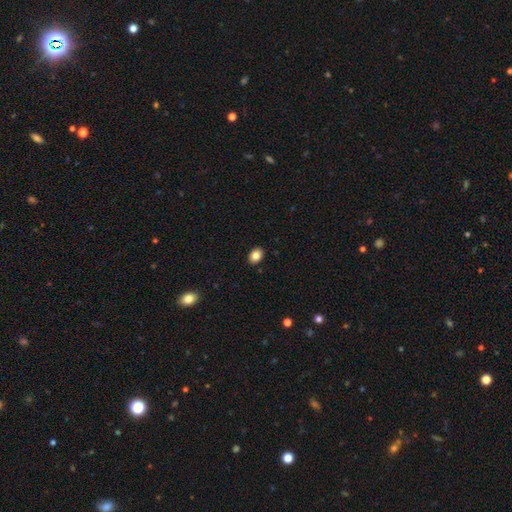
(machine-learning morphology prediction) Smooth or featured?
  - smooth: 85% *
  - star or artifact: 9%
  - featured or disk: 6%
How rounded?
  - in between: 70% *
  - round: 29%
  - cigar-shaped: 1%
Merging?
  - none: 90% *
  - minor disturbance: 7%
  - major disturbance: 2%
  - merger: 1%